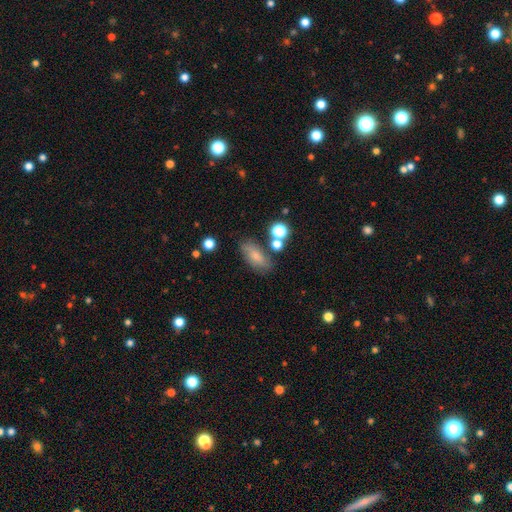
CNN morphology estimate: The model was most divided on "merging": none: 64%, minor disturbance: 19%, merger: 10%, major disturbance: 7%. More confident: how rounded — in between (78%); smooth or featured — smooth (69%).